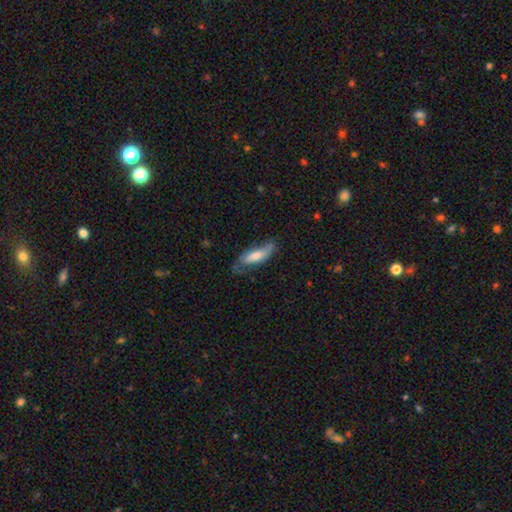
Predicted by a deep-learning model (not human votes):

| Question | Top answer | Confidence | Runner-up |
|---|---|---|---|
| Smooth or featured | featured or disk | 47% | smooth (45%) |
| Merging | none | 57% | minor disturbance (28%) |